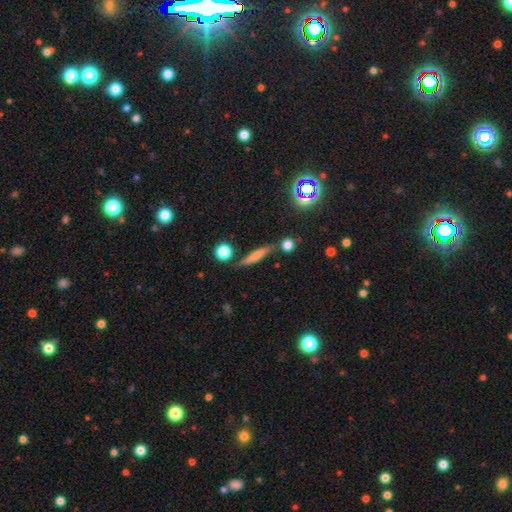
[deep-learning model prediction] A smooth galaxy with no disk features (60%) that is cigar-shaped (83%). Merging: none (73%).